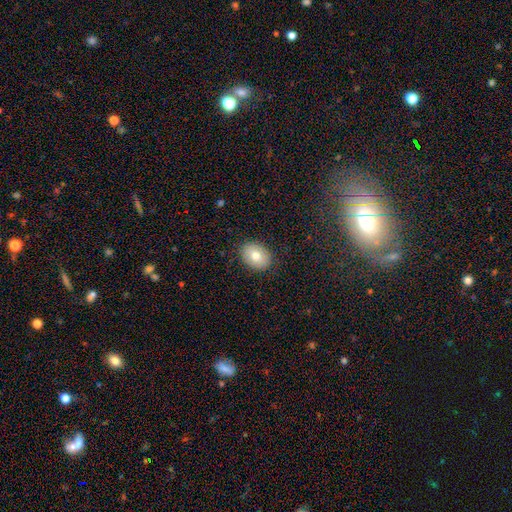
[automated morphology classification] This is likely a smooth galaxy (76%). How rounded: likely in between (67%). Merging: clearly none (88%).